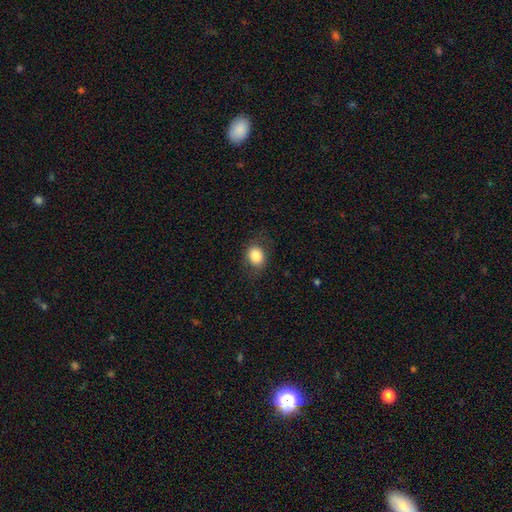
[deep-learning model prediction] A smooth galaxy with no disk features (83%) that is round (54%). Merging: none (79%).